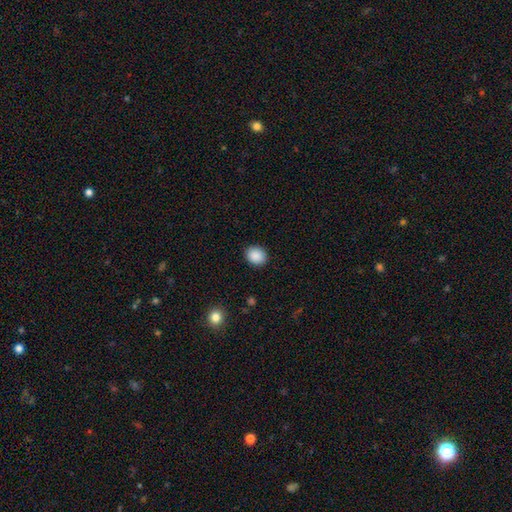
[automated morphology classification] A smooth galaxy with no disk features (89%) that is round (63%).

Vote fractions:
- Smooth or featured? smooth: 89% / star or artifact: 8% / featured or disk: 3%
- How rounded? round: 63% / in between: 36% / cigar-shaped: 1%
- Merging? none: 90% / minor disturbance: 7% / major disturbance: 2% / merger: 1%